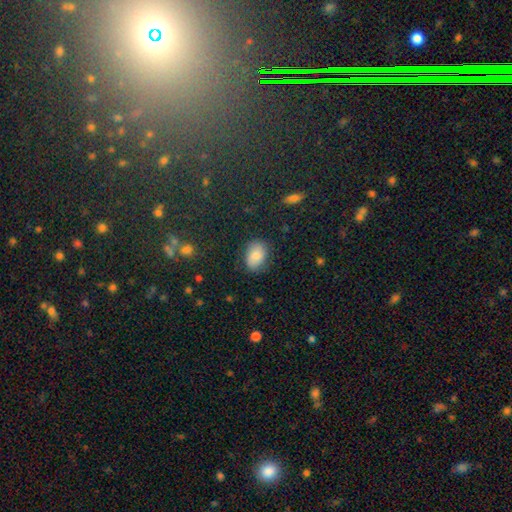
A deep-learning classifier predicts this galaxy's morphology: Smooth or featured? smooth (79%)
How rounded? in between (79%)
Merging? none (78%)